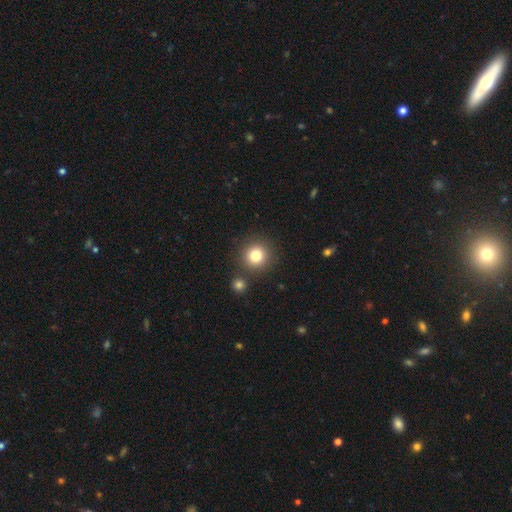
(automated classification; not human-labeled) This appears to be a smooth galaxy with no disk features (81%) that is round (93%). Merging: none (82%).